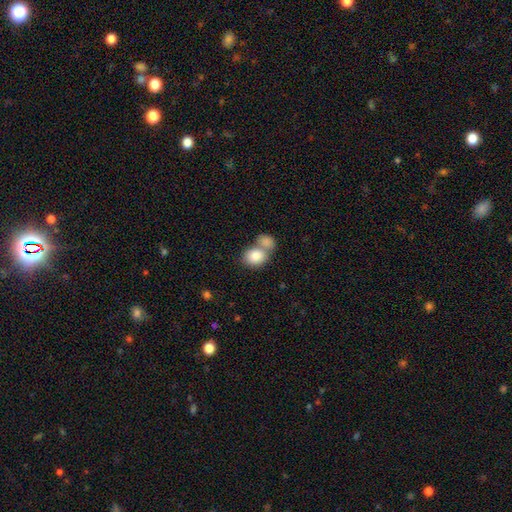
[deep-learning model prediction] A smooth galaxy with no disk features (83%) that is in between round and cigar-shaped (53%). Merging: merger (53%).